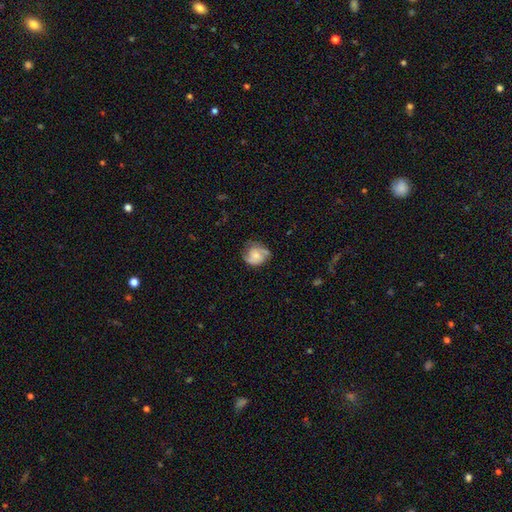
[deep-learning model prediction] This is likely a featured or disk galaxy (61%). It is clearly not viewed edge-on (97%). Bar: likely no (68%). Spiral arm pattern: clearly yes (90%). Spiral arm count: likely 2 (61%). Spiral winding: marginally medium (42%). Central bulge: possibly small (46%). Merging: likely none (62%).